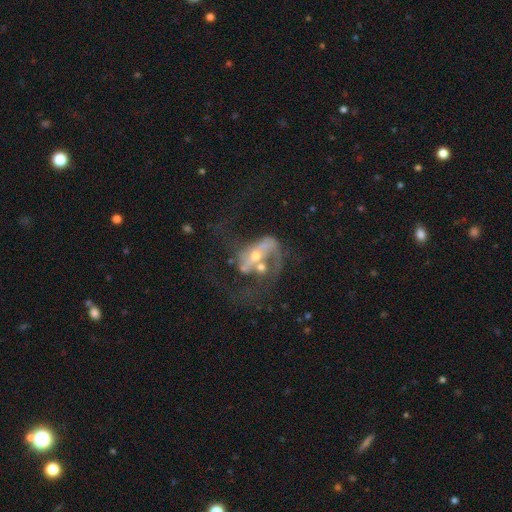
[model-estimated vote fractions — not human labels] smooth-or-featured: featured or disk: 74% | smooth: 16% | star or artifact: 10%
  disk-edge-on: no: 95% | yes: 5%
    bar: no: 51% | weak: 28% | strong: 22%
    has-spiral-arms: yes: 65% | no: 35%
    bulge-size: moderate: 53% | small: 38% | large: 4% | none: 4% | dominant: 1%
  merging: major disturbance: 35% | merger: 33% | none: 22% | minor disturbance: 11%